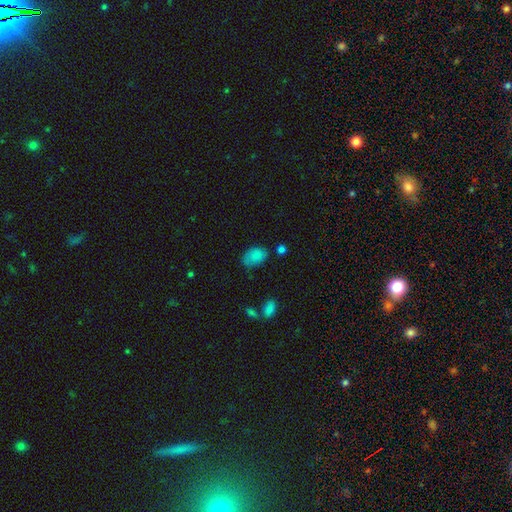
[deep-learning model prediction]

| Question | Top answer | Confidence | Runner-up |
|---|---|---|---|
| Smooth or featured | smooth | 84% | star or artifact (9%) |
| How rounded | in between | 89% | round (9%) |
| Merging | none | 64% | minor disturbance (24%) |